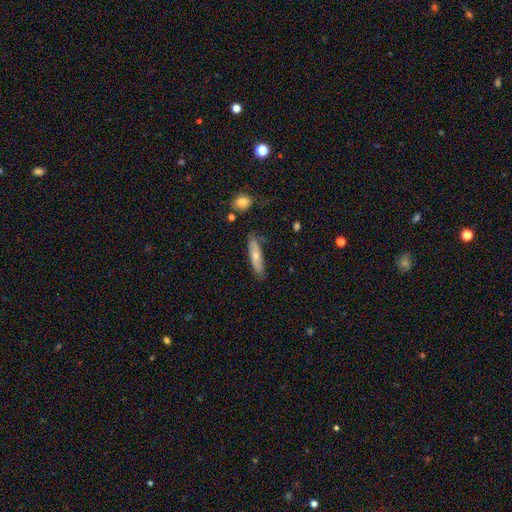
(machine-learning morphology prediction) This is likely a smooth galaxy (64%). How rounded: likely cigar-shaped (70%). Merging: likely none (75%).